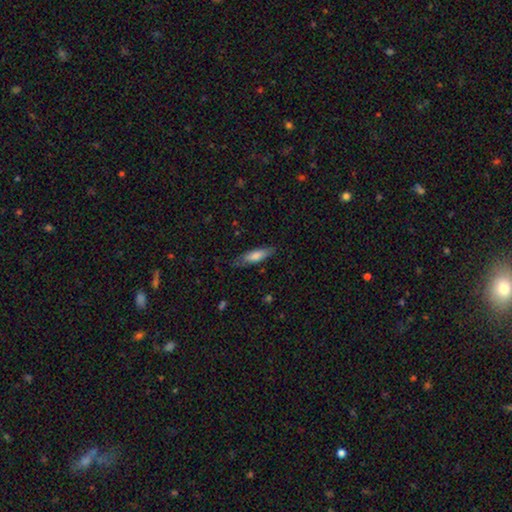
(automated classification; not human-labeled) This is likely a smooth galaxy (73%). How rounded: possibly cigar-shaped (55%). Merging: likely none (73%).